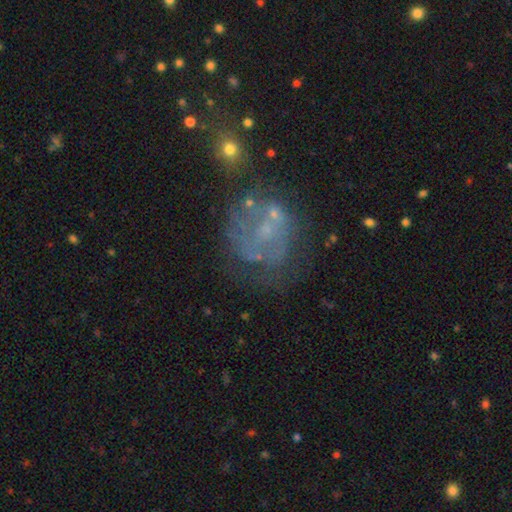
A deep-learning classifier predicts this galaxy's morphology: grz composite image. It shows a featured or disk galaxy (57%) with no bar (80%), no spiral arms (63%) and no central bulge (52%). Merging: none (46%).